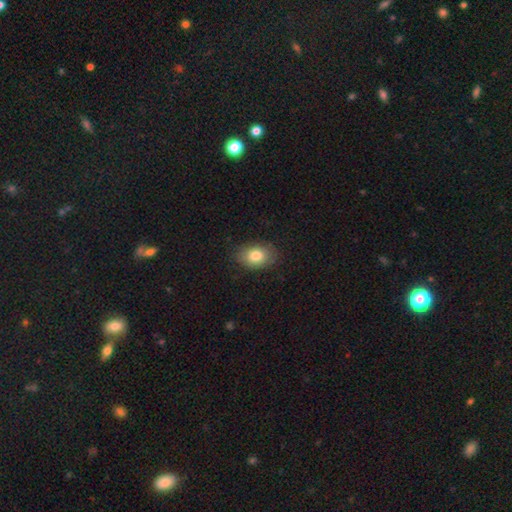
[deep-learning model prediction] smooth_or_featured: smooth (p=0.81) [alt: featured or disk p=0.11]
how_rounded: in between (p=0.80) [alt: round p=0.19]
merging: none (p=0.82) [alt: minor disturbance p=0.14]